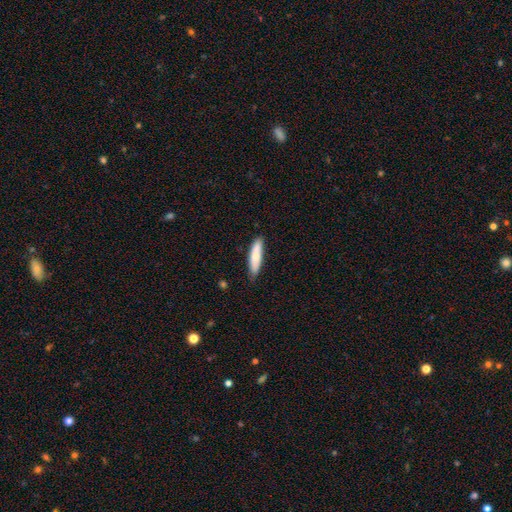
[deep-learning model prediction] smooth 73%, featured or disk 21%, star or artifact 6%. Down the decision tree: how rounded — cigar-shaped (67%); merging — none (81%).